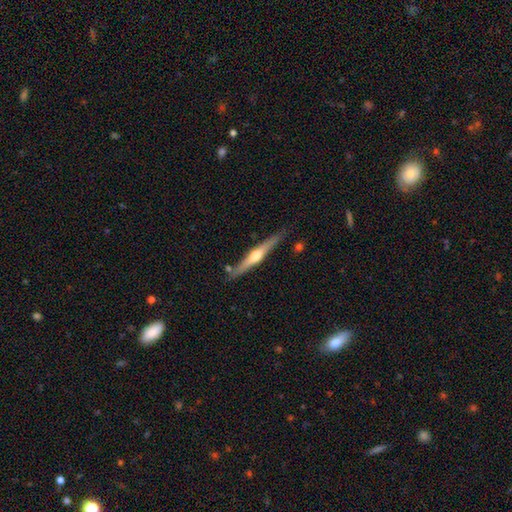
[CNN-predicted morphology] Smooth or featured?
  - featured or disk: 71% *
  - smooth: 24%
  - star or artifact: 5%
Edge-on disk?
  - yes: 98% *
  - no: 2%
Edge-on bulge?
  - rounded: 92% *
  - none: 4%
  - boxy: 4%
Merging?
  - none: 83% *
  - minor disturbance: 12%
  - merger: 4%
  - major disturbance: 2%